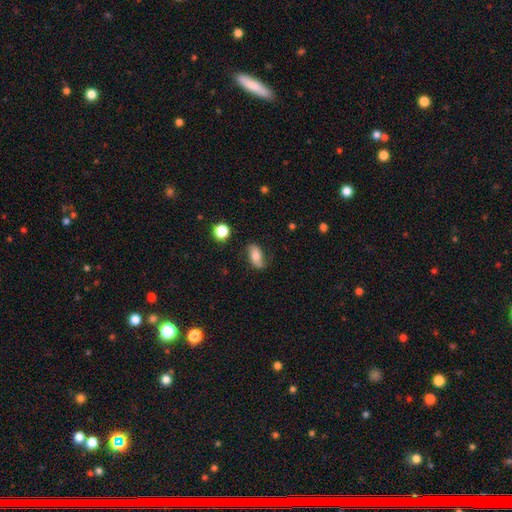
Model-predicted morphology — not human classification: This appears to be a smooth galaxy with no disk features (66%) that is in between round and cigar-shaped (86%). Merging: none (72%).